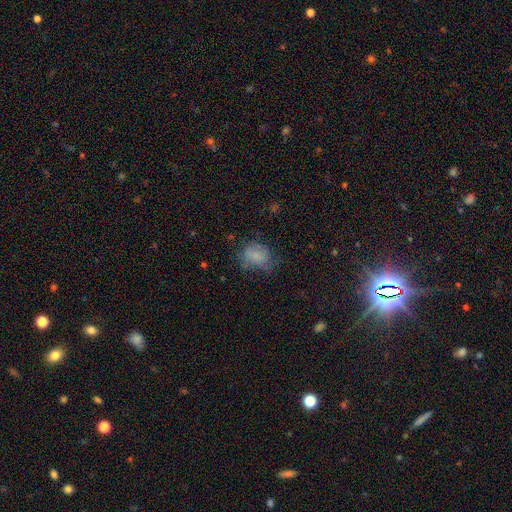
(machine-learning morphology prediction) Smooth or featured? Predicted: smooth (p=0.72). How rounded? Predicted: in between (p=0.57). Merging? Predicted: none (p=0.52).